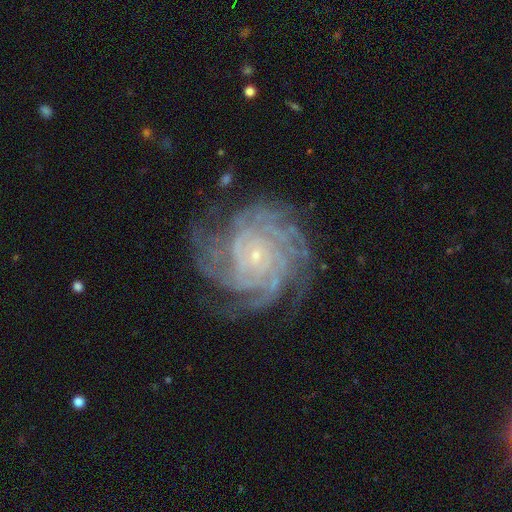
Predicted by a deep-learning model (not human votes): The model was most divided on "spiral arm count": more than 4: 30%, 4: 28%, can't tell: 16%, 3: 11%, 2: 8%, 1: 7%. More confident: spiral arms — yes (98%); edge-on disk — no (98%); smooth or featured — featured or disk (90%); bulge size — small (87%); spiral winding — tight (80%); bar — no (75%); merging — none (74%).